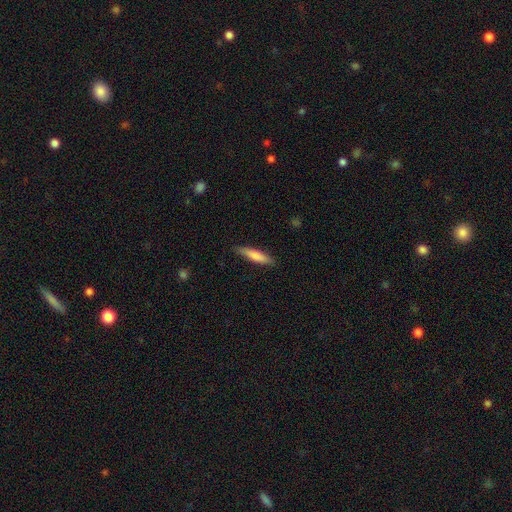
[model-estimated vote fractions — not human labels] Smooth or featured: smooth — 77% (featured or disk — 18%)
How rounded: cigar-shaped — 81% (in between — 18%)
Merging: none — 85% (minor disturbance — 12%)